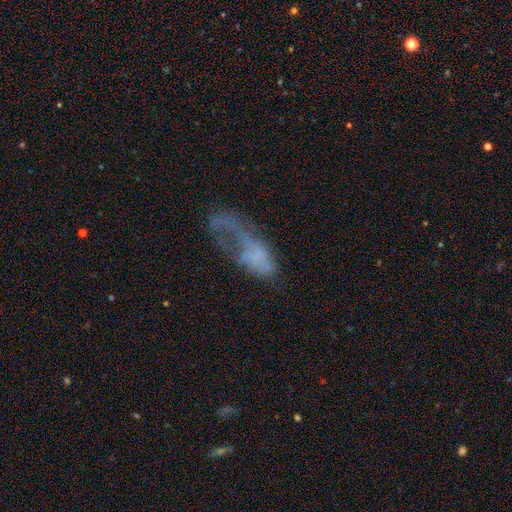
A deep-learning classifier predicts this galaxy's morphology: Q: Smooth or featured?
A: featured or disk (48%); runner-up: smooth (38%)
Q: Merging?
A: major disturbance (55%); runner-up: none (21%)